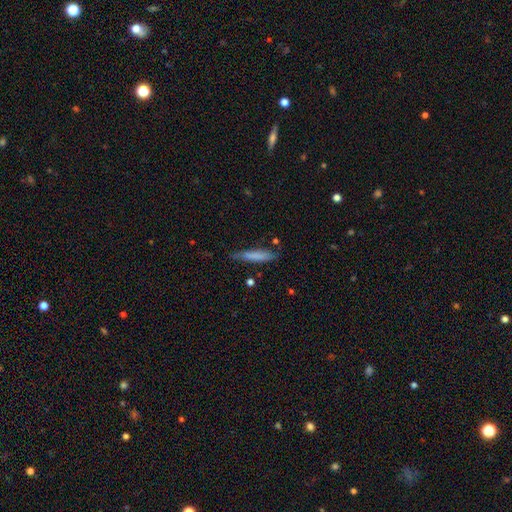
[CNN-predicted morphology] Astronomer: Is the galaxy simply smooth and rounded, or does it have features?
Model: smooth — 74%.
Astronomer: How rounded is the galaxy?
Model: cigar-shaped — 87%.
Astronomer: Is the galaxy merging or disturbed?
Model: none — 71%.